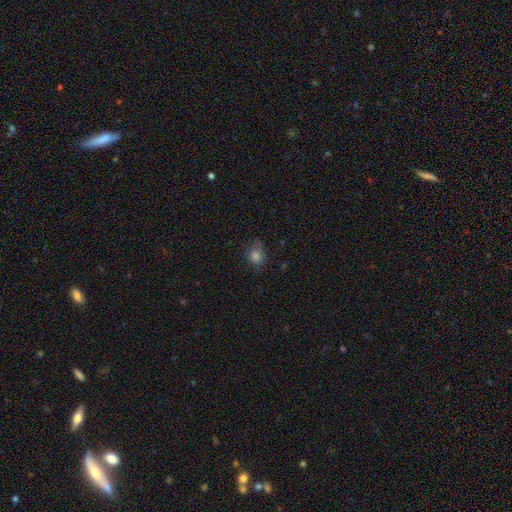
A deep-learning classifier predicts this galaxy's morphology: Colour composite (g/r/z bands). It shows a smooth galaxy with no disk features (78%) that is round (75%). Merging: none (72%).